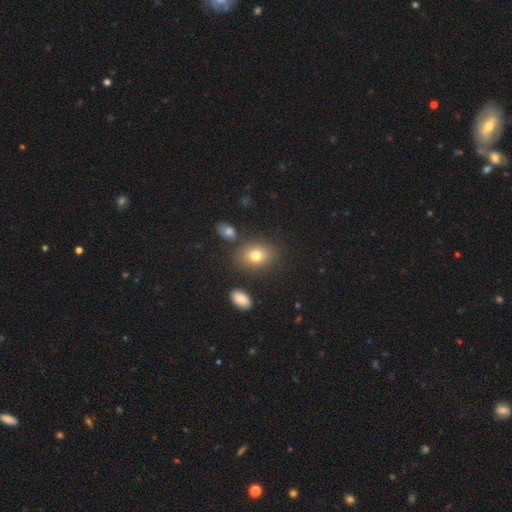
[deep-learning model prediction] smooth 77%, featured or disk 12%, star or artifact 11%. Down the decision tree: how rounded — in between (65%); merging — none (78%).